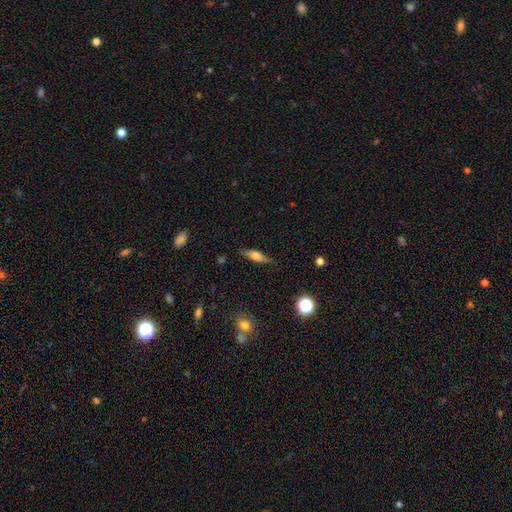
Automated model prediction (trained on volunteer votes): Q: Smooth or featured?
A: smooth (52%); runner-up: featured or disk (40%)
Q: How rounded?
A: cigar-shaped (50%); runner-up: in between (46%)
Q: Merging?
A: none (81%); runner-up: minor disturbance (14%)